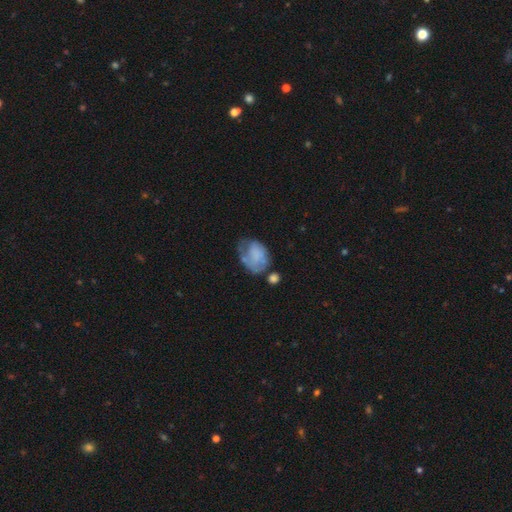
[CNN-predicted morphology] smooth-or-featured: smooth: 60% | featured or disk: 32% | star or artifact: 8%
  how-rounded: in between: 68% | round: 31% | cigar-shaped: 1%
  merging: none: 32% | minor disturbance: 31% | major disturbance: 28% | merger: 9%